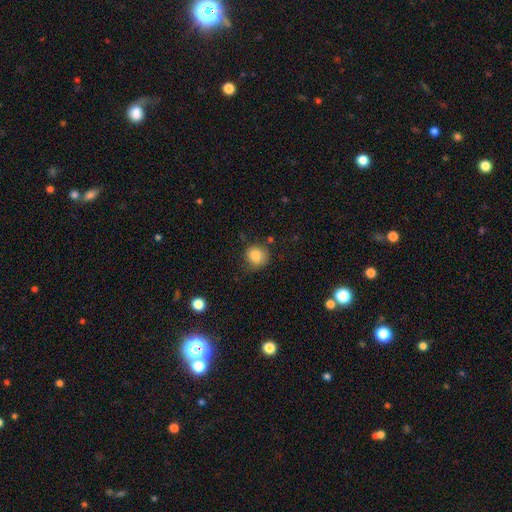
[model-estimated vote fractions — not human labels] Morphology: type=smooth (85%); roundness=round (78%); merging=none (67%).